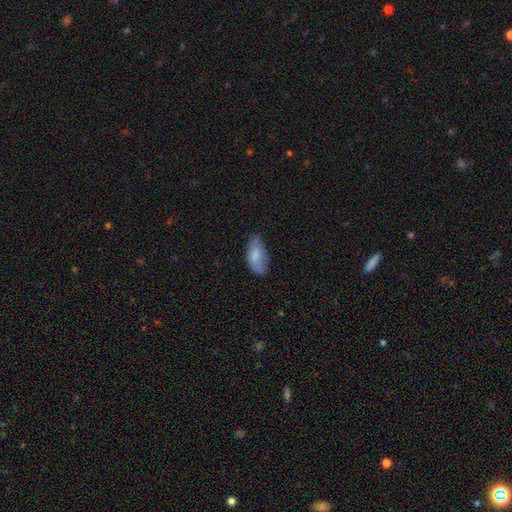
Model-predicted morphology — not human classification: Smooth or featured: smooth — 74% (featured or disk — 19%)
How rounded: in between — 92% (cigar-shaped — 5%)
Merging: none — 52% (minor disturbance — 36%)